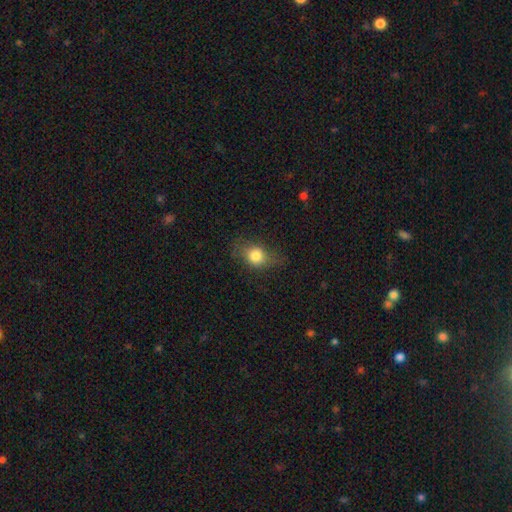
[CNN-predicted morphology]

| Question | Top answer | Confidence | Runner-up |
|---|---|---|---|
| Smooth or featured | smooth | 76% | featured or disk (13%) |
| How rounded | round | 50% | in between (48%) |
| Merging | none | 65% | minor disturbance (23%) |